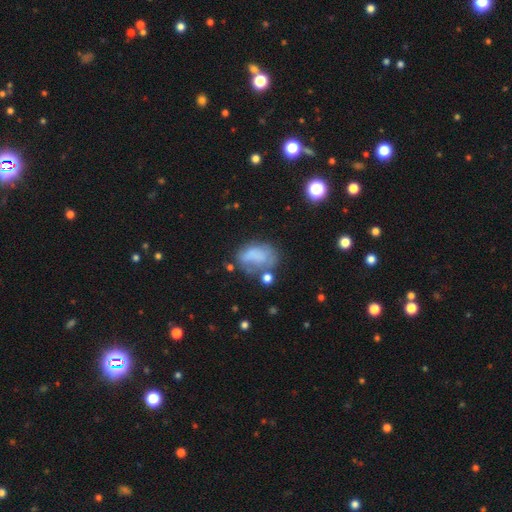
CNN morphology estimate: Smooth or featured: smooth — 59% (featured or disk — 29%)
How rounded: in between — 77% (round — 21%)
Merging: none — 37% (minor disturbance — 28%)